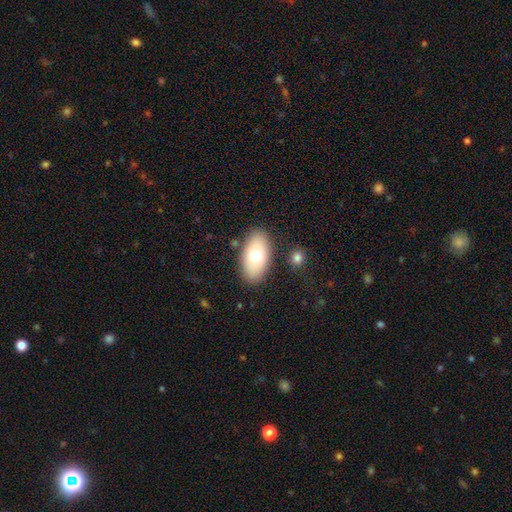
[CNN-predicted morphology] smooth_or_featured: smooth (p=0.71) [alt: featured or disk p=0.22]
how_rounded: in between (p=0.93) [alt: round p=0.05]
merging: none (p=0.84) [alt: minor disturbance p=0.10]